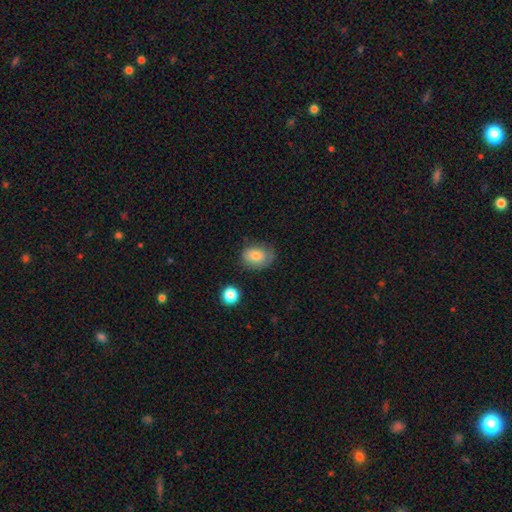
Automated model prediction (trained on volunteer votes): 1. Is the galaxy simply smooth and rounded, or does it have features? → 75% smooth, 16% featured or disk, 9% star or artifact.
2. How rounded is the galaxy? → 62% in between, 37% round, 1% cigar-shaped.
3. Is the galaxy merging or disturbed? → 60% none, 28% minor disturbance, 10% major disturbance, 2% merger.